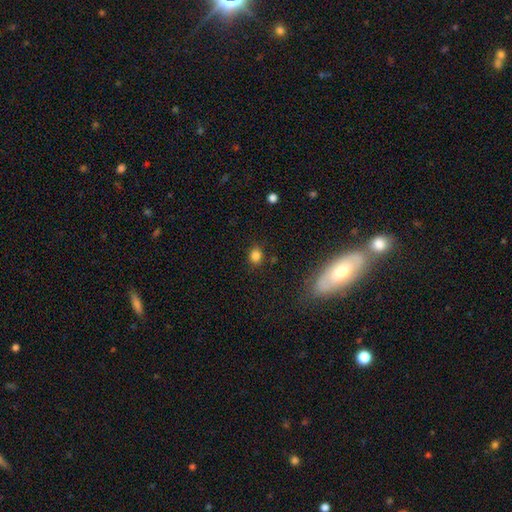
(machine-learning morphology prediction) type=smooth (82%); roundness=round (64%); merging=none (85%).